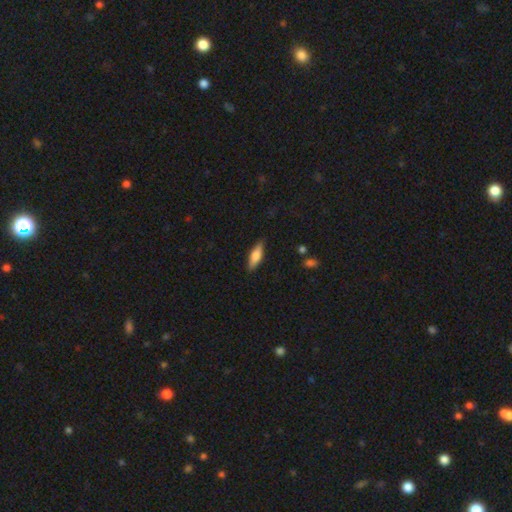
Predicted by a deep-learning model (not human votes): smooth-or-featured: smooth: 64% | featured or disk: 30% | star or artifact: 6%
  how-rounded: in between: 51% | cigar-shaped: 47% | round: 2%
  merging: none: 86% | minor disturbance: 11% | major disturbance: 2% | merger: 1%